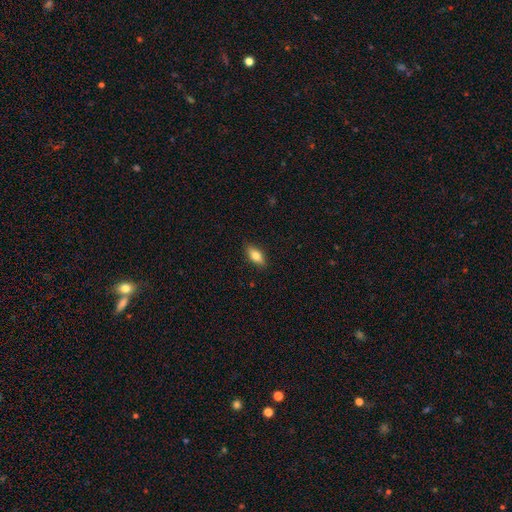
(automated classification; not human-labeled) A smooth galaxy with no disk features (81%) that is in between round and cigar-shaped (86%). Merging: none (87%).